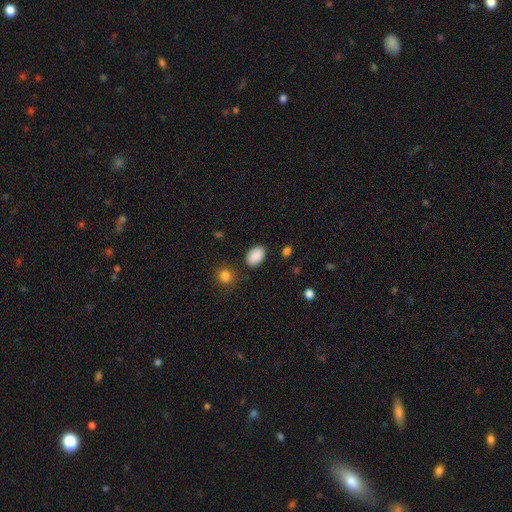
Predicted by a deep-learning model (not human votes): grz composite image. It shows a smooth galaxy with no disk features (89%) that is in between round and cigar-shaped (84%). Merging: none (83%).